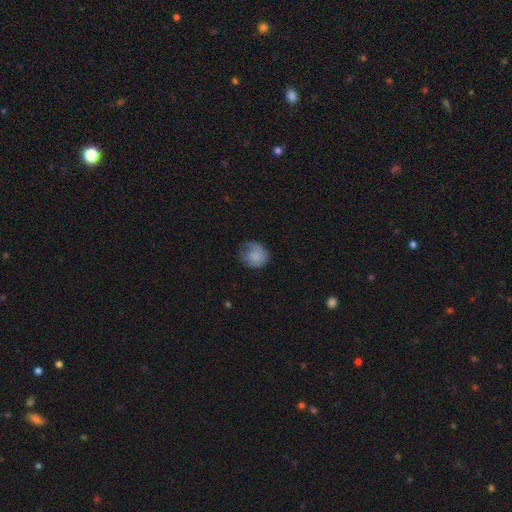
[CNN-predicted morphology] type=smooth (72%); roundness=round (75%); merging=none (54%).